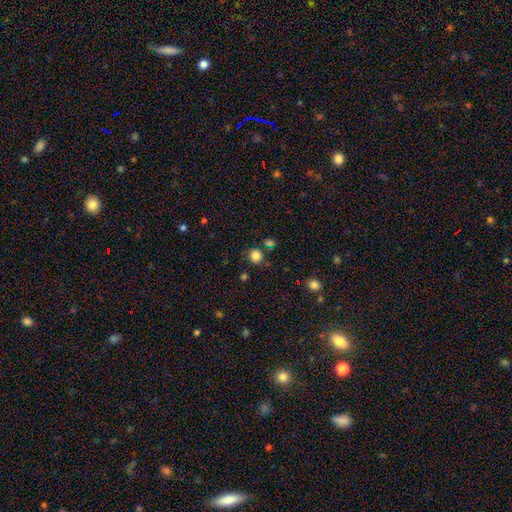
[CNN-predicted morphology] This appears to be a smooth galaxy with no disk features (83%) that is round (89%). Merging: none (80%).